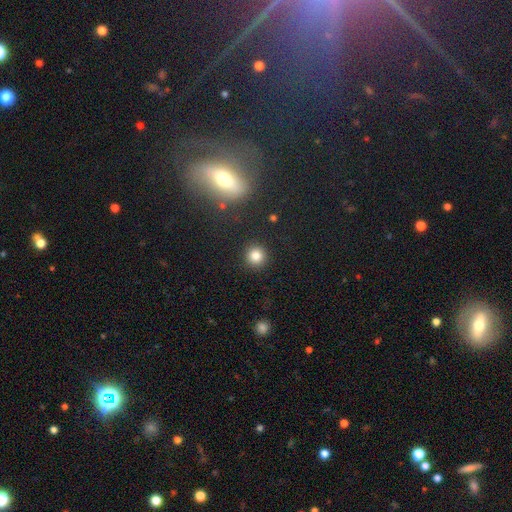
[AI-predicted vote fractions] This appears to be a smooth galaxy with no disk features (83%) that is round (94%). Merging: none (91%).